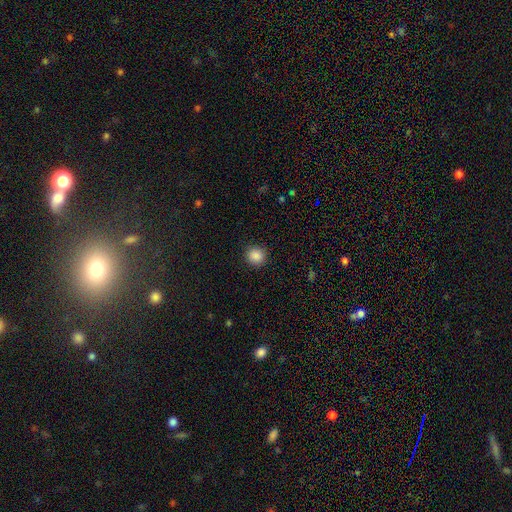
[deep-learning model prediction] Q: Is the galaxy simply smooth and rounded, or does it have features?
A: smooth — 88%.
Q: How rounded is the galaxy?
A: round — 92%.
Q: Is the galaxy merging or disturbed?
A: none — 92%.